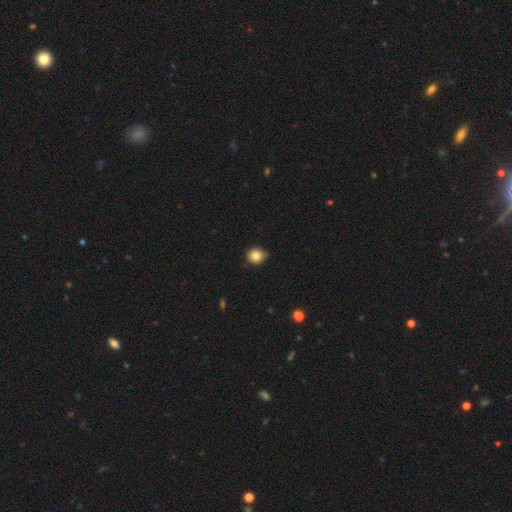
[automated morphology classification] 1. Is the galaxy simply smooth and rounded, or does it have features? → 84% smooth, 10% star or artifact, 6% featured or disk.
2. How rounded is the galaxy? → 80% round, 19% in between, 1% cigar-shaped.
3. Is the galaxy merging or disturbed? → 82% none, 15% minor disturbance, 2% major disturbance, 1% merger.